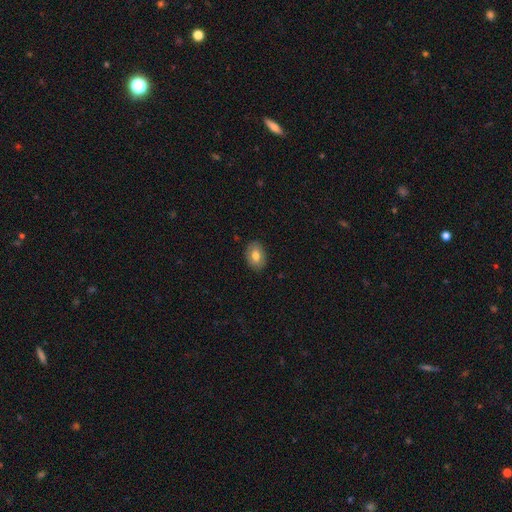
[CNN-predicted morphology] Overall: smooth (76%). How rounded: in between (81%). Merging: none (87%).